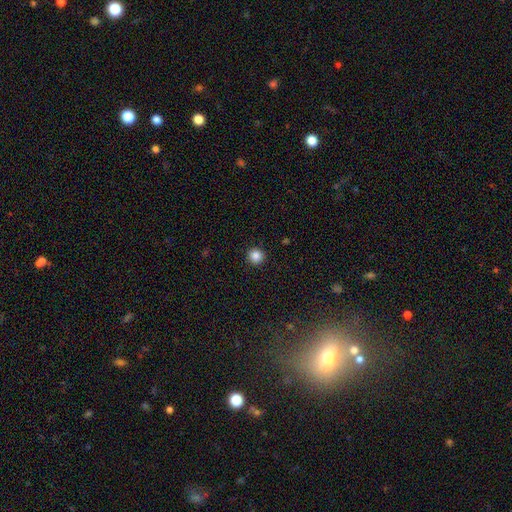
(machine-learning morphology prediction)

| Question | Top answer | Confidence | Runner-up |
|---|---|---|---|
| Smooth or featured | smooth | 86% | star or artifact (11%) |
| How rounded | round | 94% | in between (5%) |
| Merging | none | 93% | minor disturbance (5%) |